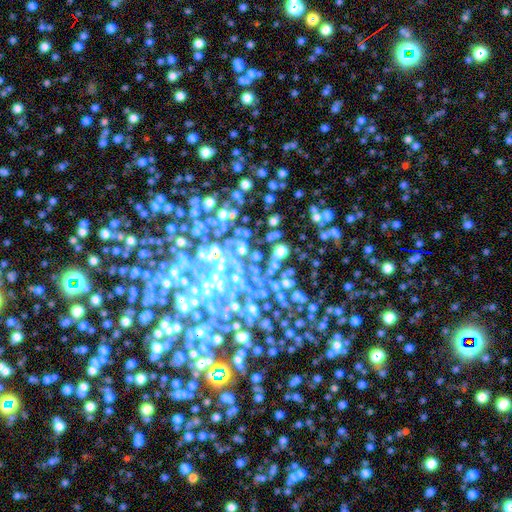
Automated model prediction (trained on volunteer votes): Smooth or featured? featured or disk (44%)
Merging? none (55%)